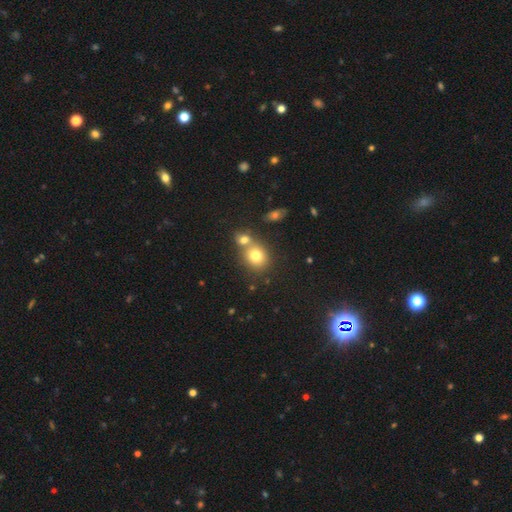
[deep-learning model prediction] A smooth galaxy with no disk features (75%) that is round (68%). Merging: none (49%).